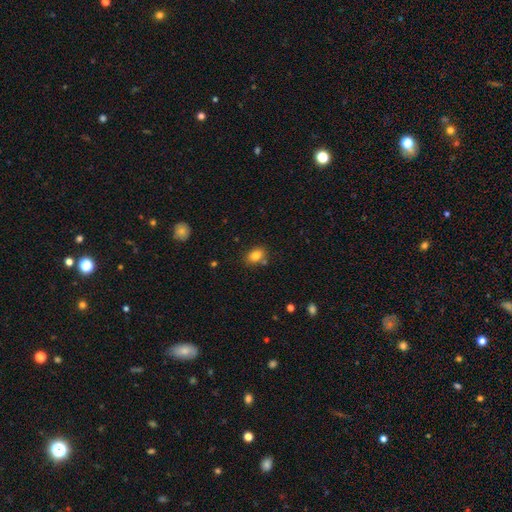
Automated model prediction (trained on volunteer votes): The model was most divided on "how rounded": in between: 77%, round: 22%, cigar-shaped: 2%. More confident: smooth or featured — smooth (81%); merging — none (75%).